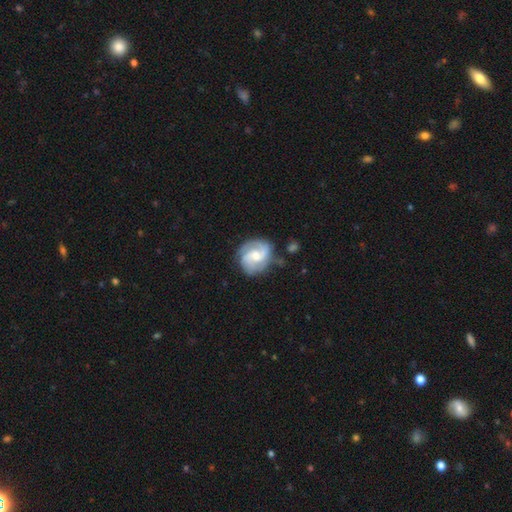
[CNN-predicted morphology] Smooth or featured: featured or disk — 84% (smooth — 11%)
Edge-on disk: no — 98% (yes — 2%)
Bar: weak — 46% (no — 44%)
Spiral arms: yes — 97% (no — 3%)
Spiral winding: medium — 47% (tight — 39%)
Spiral arm count: 2 — 59% (3 — 23%)
Bulge size: moderate — 56% (small — 34%)
Merging: none — 72% (minor disturbance — 19%)